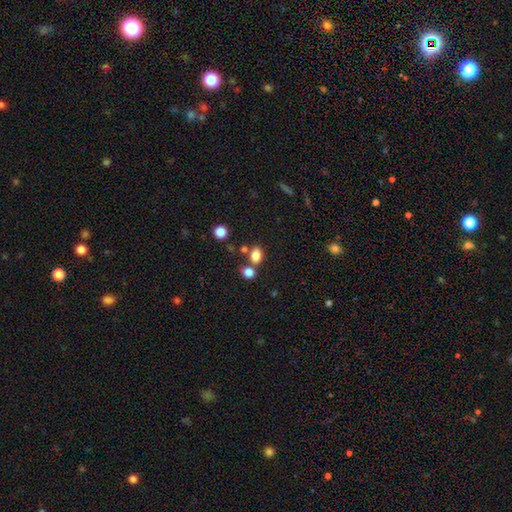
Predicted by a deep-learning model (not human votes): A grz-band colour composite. It shows a smooth galaxy with no disk features (82%) that is in between round and cigar-shaped (74%). Merging: none (61%).